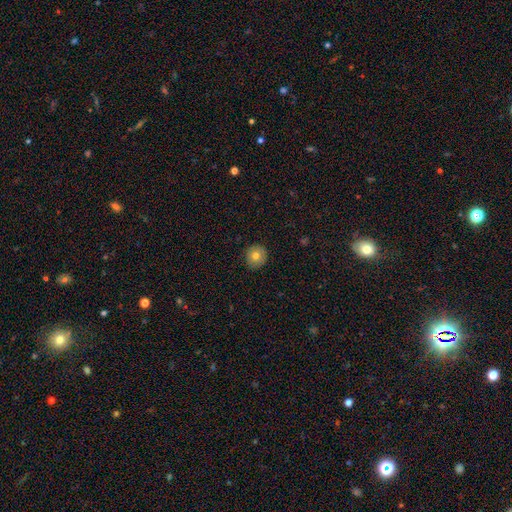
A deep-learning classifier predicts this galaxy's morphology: smooth_or_featured: smooth (p=0.75) [alt: featured or disk p=0.15]
how_rounded: round (p=0.94) [alt: in between p=0.05]
merging: none (p=0.90) [alt: minor disturbance p=0.07]